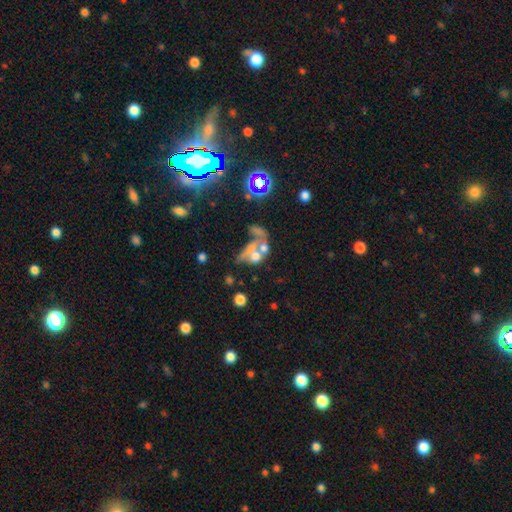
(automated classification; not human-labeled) Overall: smooth (42%; featured or disk 40%). Merging: merger (58%; major disturbance 20%).